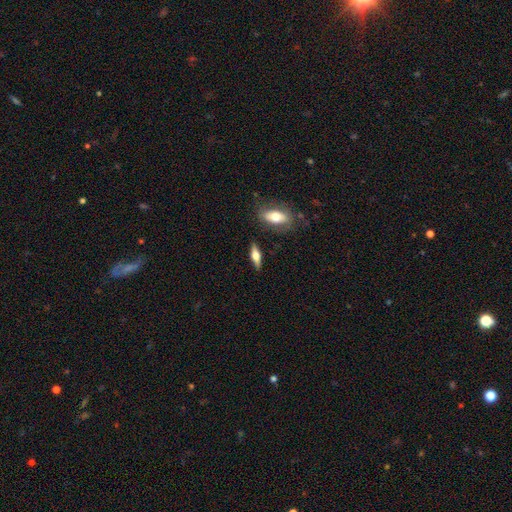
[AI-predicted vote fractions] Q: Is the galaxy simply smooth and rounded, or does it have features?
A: featured or disk — 52%.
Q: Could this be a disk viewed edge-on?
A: yes — 93%.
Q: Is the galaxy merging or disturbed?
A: none — 84%.